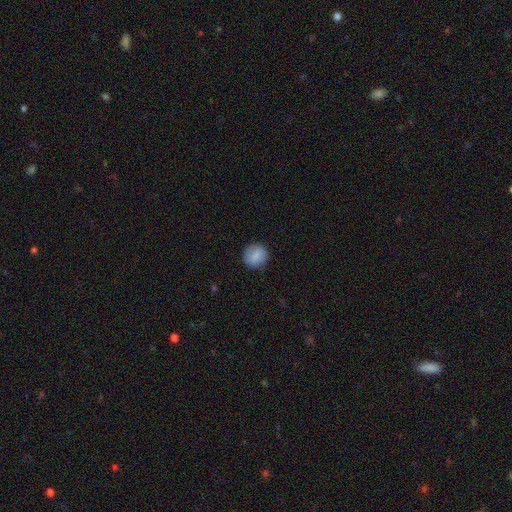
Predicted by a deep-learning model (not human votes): Smooth or featured?
  - smooth: 84% *
  - featured or disk: 9%
  - star or artifact: 7%
How rounded?
  - round: 91% *
  - in between: 8%
  - cigar-shaped: 1%
Merging?
  - none: 86% *
  - minor disturbance: 10%
  - major disturbance: 3%
  - merger: 1%